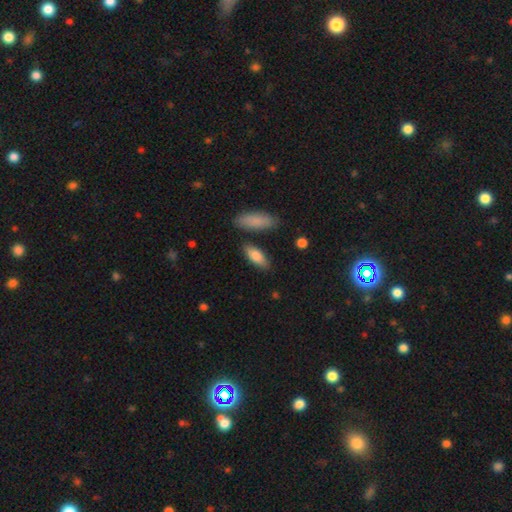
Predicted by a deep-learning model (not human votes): Overall: smooth (81%). How rounded: in between (72%). Merging: none (80%).